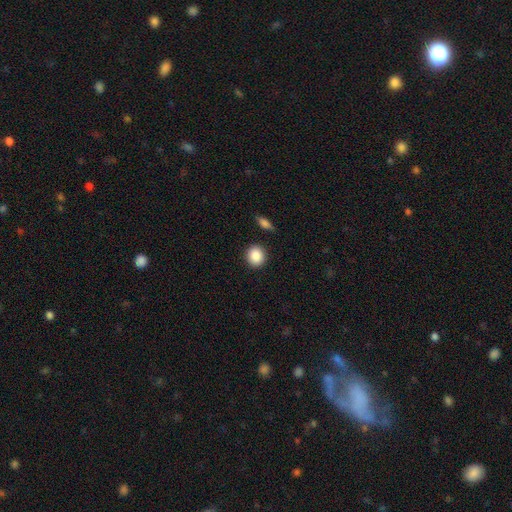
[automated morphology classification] Q: Smooth or featured?
A: smooth (89%); runner-up: star or artifact (8%)
Q: How rounded?
A: round (83%); runner-up: in between (16%)
Q: Merging?
A: none (89%); runner-up: minor disturbance (6%)